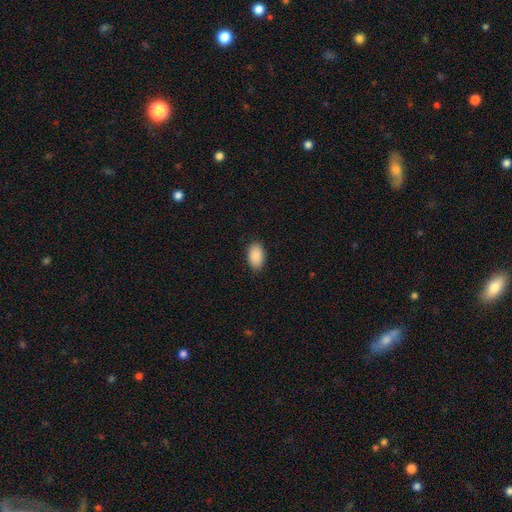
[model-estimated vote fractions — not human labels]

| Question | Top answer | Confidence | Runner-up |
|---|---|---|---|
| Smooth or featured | smooth | 91% | star or artifact (6%) |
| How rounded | in between | 93% | round (5%) |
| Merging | none | 88% | minor disturbance (9%) |